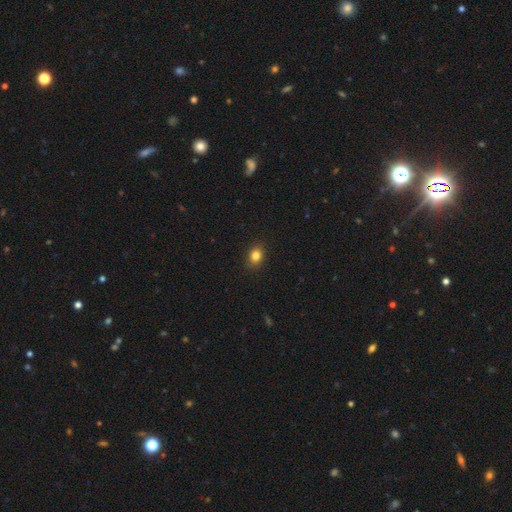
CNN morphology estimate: smooth_or_featured: smooth (p=0.83) [alt: star or artifact p=0.11]
how_rounded: in between (p=0.58) [alt: round p=0.41]
merging: none (p=0.89) [alt: minor disturbance p=0.09]